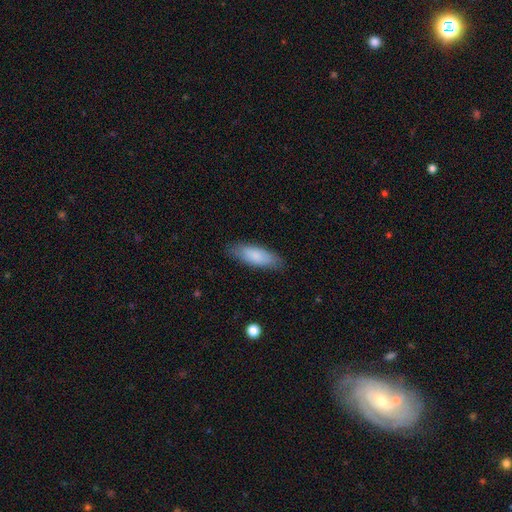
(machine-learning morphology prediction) This appears to be a smooth galaxy with no disk features (82%) that is in between round and cigar-shaped (61%). Merging: none (84%).